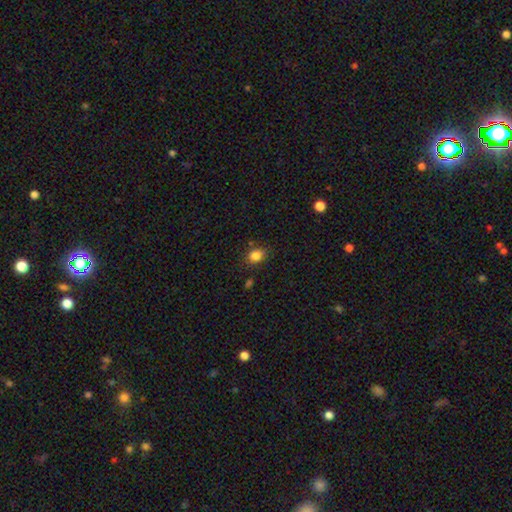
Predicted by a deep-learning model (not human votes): smooth_or_featured: smooth (p=0.84) [alt: star or artifact p=0.11]
how_rounded: round (p=0.51) [alt: in between p=0.48]
merging: none (p=0.80) [alt: minor disturbance p=0.13]